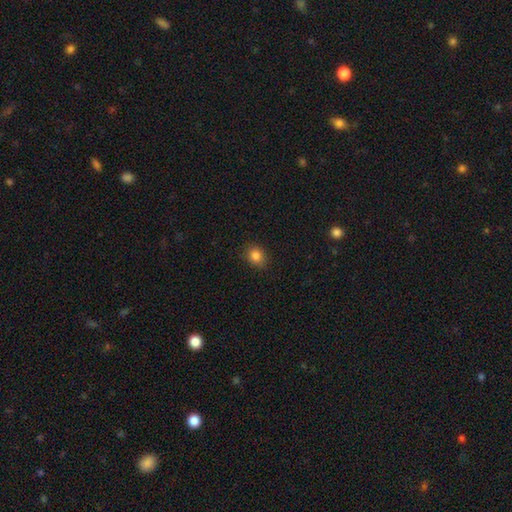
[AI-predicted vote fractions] This appears to be a smooth galaxy with no disk features (83%) that is round (58%). Merging: none (86%).